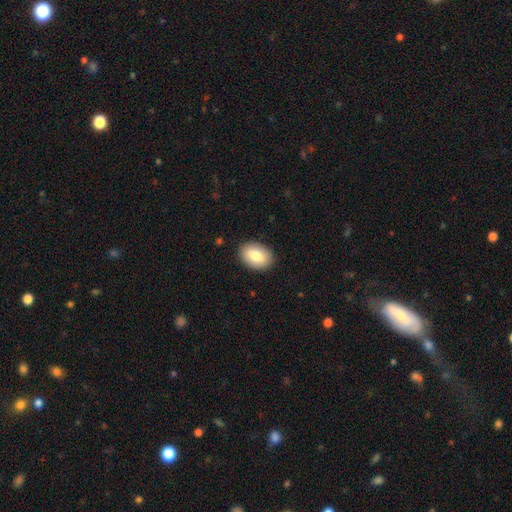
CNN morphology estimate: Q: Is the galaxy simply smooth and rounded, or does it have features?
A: smooth — 82%.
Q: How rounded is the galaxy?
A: in between — 85%.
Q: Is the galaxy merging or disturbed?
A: none — 89%.